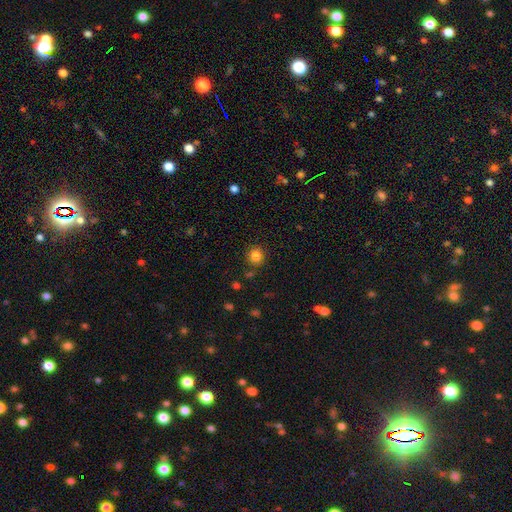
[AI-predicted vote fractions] Q: Smooth or featured?
A: smooth (83%); runner-up: star or artifact (12%)
Q: How rounded?
A: round (91%); runner-up: in between (8%)
Q: Merging?
A: none (86%); runner-up: minor disturbance (8%)